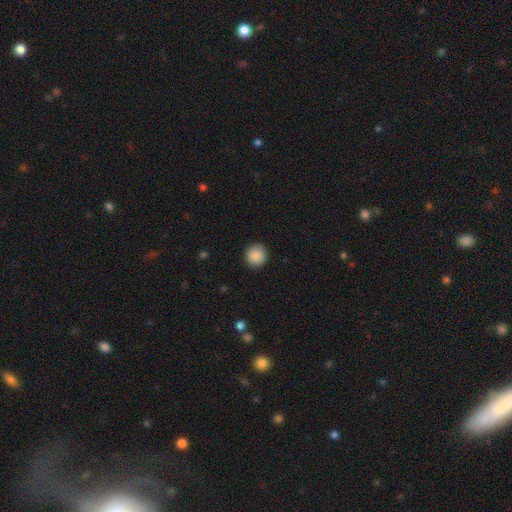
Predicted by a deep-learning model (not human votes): A smooth galaxy with no disk features (88%) that is round (93%).

Vote fractions:
- Smooth or featured? smooth: 88% / star or artifact: 8% / featured or disk: 3%
- How rounded? round: 93% / in between: 6% / cigar-shaped: 1%
- Merging? none: 91% / minor disturbance: 6% / major disturbance: 2% / merger: 1%